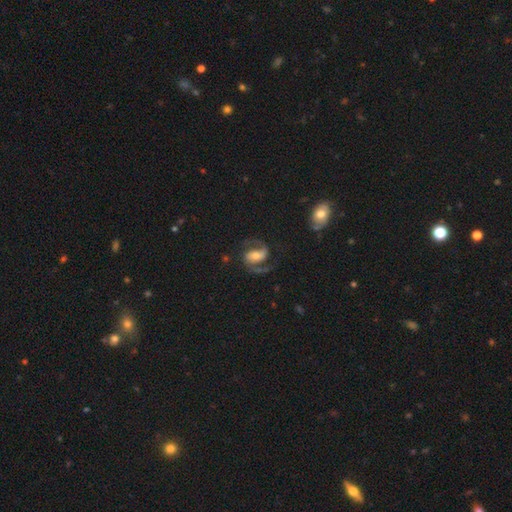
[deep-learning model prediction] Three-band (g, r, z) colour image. It shows a featured or disk galaxy (87%) with a weak bar (38%), 2 (93%) medium (59%) spiral arms (97%) and a moderate central bulge (54%). Merging: none (74%).